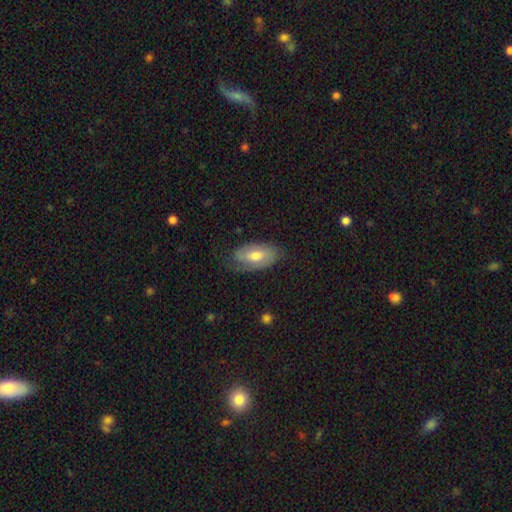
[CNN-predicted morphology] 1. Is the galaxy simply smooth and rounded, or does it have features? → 47% featured or disk (tied), 47% smooth (tied), 6% star or artifact.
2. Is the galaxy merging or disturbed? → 64% none, 25% minor disturbance, 10% major disturbance, 1% merger.